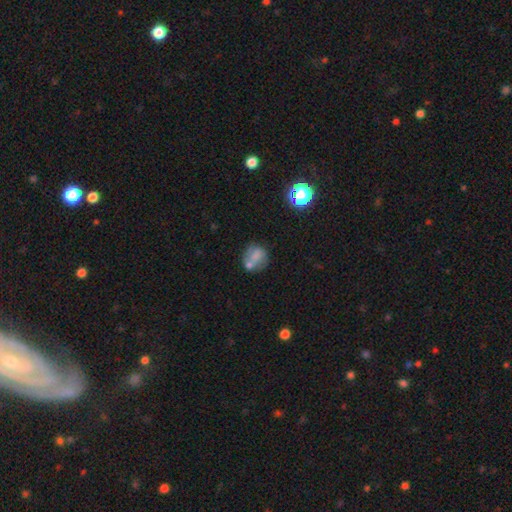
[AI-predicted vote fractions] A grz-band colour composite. It shows a smooth galaxy with no disk features (67%) that is round (73%). Merging: none (47%).